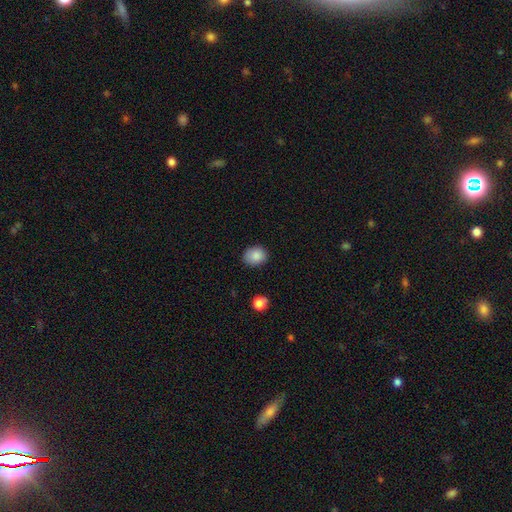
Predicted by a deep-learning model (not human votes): The model was most divided on "how rounded": round: 53%, in between: 46%, cigar-shaped: 1%. More confident: smooth or featured — smooth (87%); merging — none (83%).